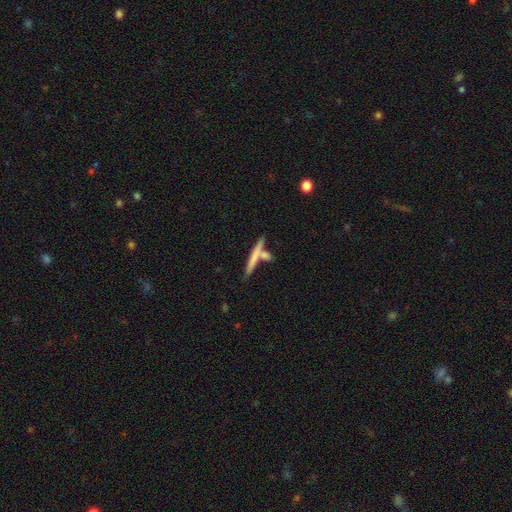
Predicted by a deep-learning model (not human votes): smooth-or-featured: smooth: 60% | featured or disk: 34% | star or artifact: 6%
  how-rounded: cigar-shaped: 91% | in between: 6% | round: 3%
  merging: none: 59% | merger: 26% | minor disturbance: 10% | major disturbance: 4%